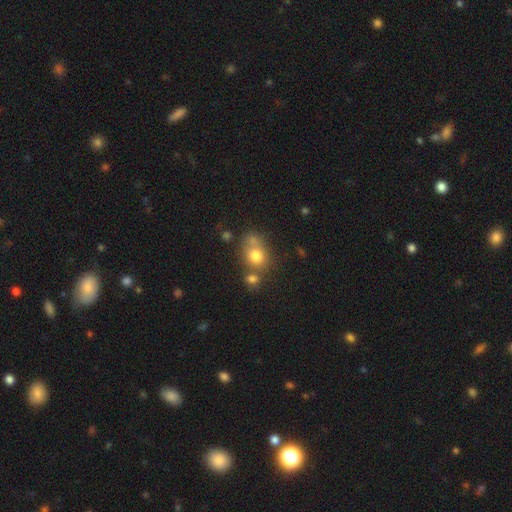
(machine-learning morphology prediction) A smooth galaxy with no disk features (76%) that is round (58%). Merging: none (40%).